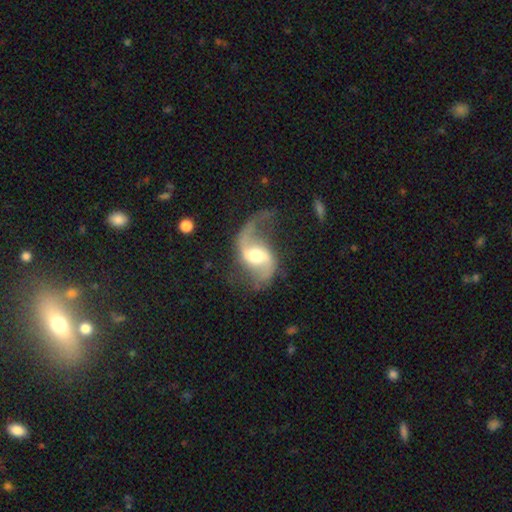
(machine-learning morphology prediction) smooth_or_featured: featured or disk (p=0.89) [alt: smooth p=0.06]
disk_edge_on: no (p=0.97) [alt: yes p=0.03]
bar: weak (p=0.45) [alt: strong p=0.30]
has_spiral_arms: yes (p=0.96) [alt: no p=0.04]
spiral_winding: loose (p=0.75) [alt: medium p=0.21]
spiral_arm_count: 2 (p=0.89) [alt: 1 p=0.06]
bulge_size: moderate (p=0.67) [alt: large p=0.16]
merging: none (p=0.58) [alt: major disturbance p=0.21]